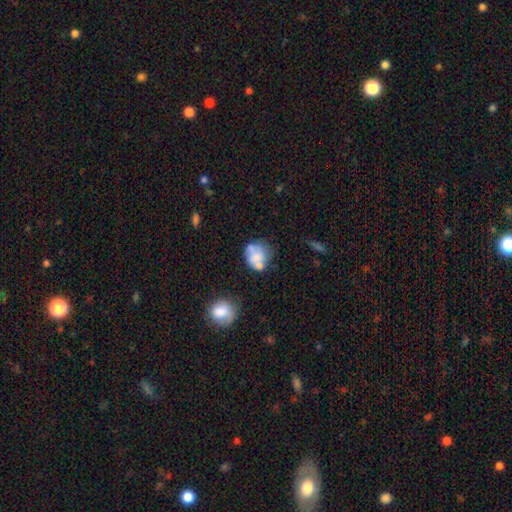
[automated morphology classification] Smooth or featured: smooth — 59% (featured or disk — 33%)
How rounded: round — 61% (in between — 37%)
Merging: none — 38% (merger — 26%)